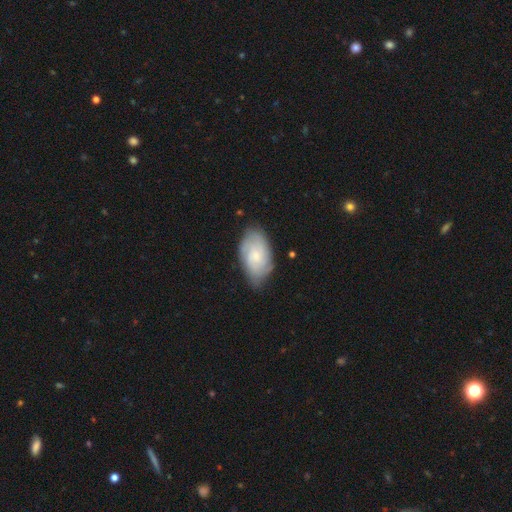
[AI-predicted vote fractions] The model was most divided on "smooth or featured": featured or disk: 54%, smooth: 40%, star or artifact: 6%. More confident: edge-on disk — no (95%); spiral arms — yes (88%); bar — no (73%); merging — none (70%); bulge size — small (60%).